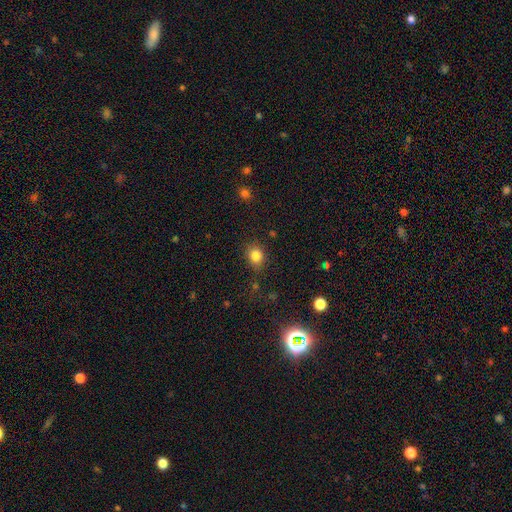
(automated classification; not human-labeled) A smooth galaxy with no disk features (83%) that is round (66%). Merging: none (79%).